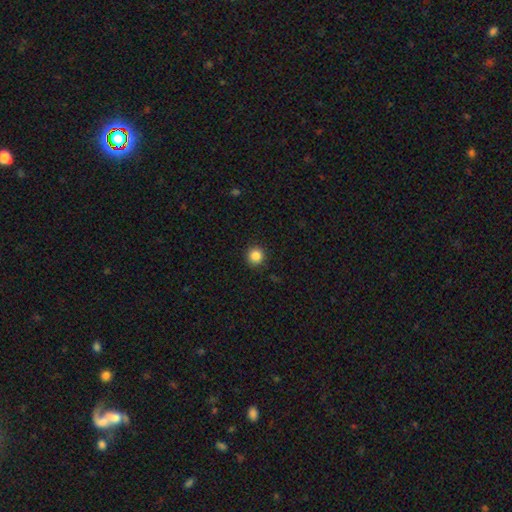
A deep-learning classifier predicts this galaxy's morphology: Smooth or featured? smooth (86%)
How rounded? round (94%)
Merging? none (91%)